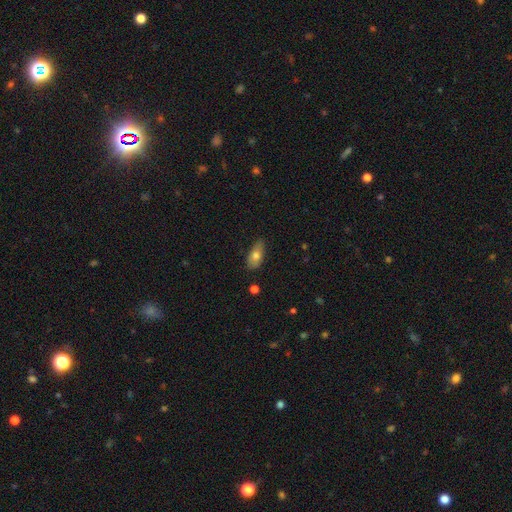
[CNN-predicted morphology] This appears to be a smooth galaxy with no disk features (72%) that is in between round and cigar-shaped (84%). Merging: none (75%).